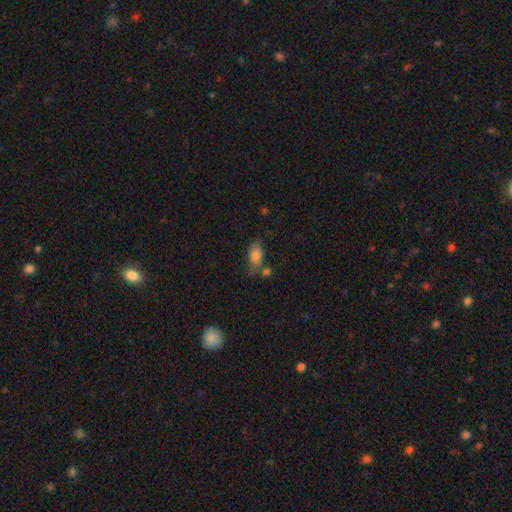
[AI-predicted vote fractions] Smooth or featured: smooth — 78% (featured or disk — 13%)
How rounded: in between — 90% (round — 6%)
Merging: none — 53% (minor disturbance — 23%)